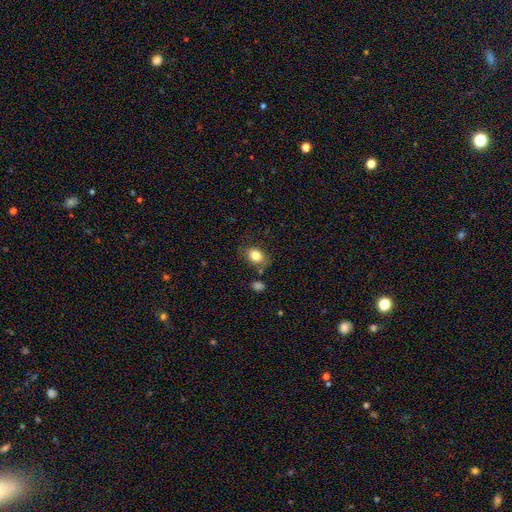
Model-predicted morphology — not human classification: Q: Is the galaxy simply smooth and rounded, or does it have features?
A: smooth — 82%.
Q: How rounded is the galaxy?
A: in between — 71%.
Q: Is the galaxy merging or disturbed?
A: none — 73%.